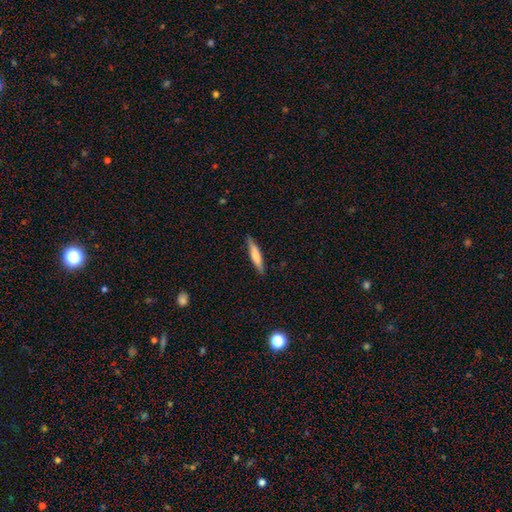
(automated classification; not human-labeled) Overall: smooth (63%; featured or disk 32%). How rounded: cigar-shaped (88%). Merging: none (87%).